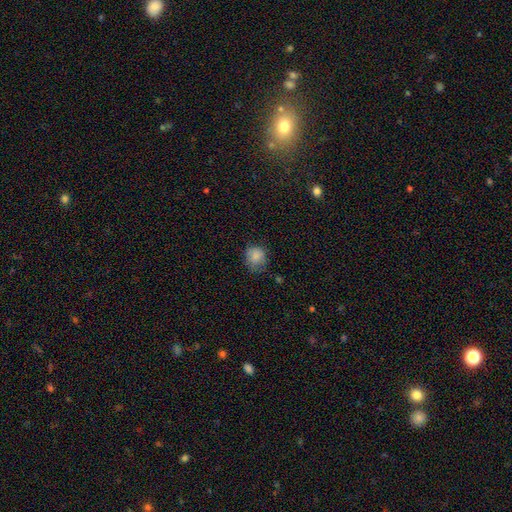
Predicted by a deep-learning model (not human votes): A smooth galaxy with no disk features (84%) that is round (77%). Merging: none (63%).